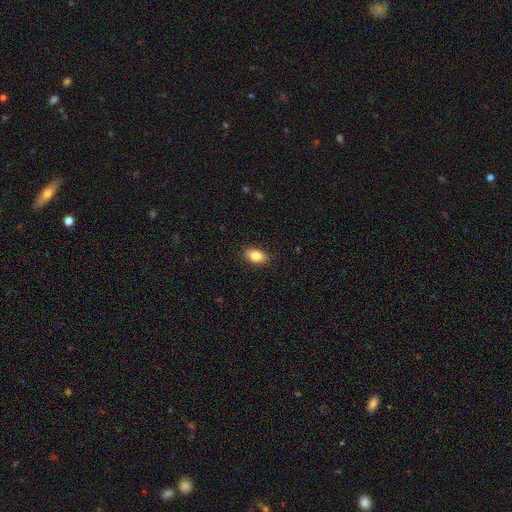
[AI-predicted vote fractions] A smooth galaxy with no disk features (85%) that is in between round and cigar-shaped (88%).

Vote fractions:
- Smooth or featured? smooth: 85% / star or artifact: 8% / featured or disk: 7%
- How rounded? in between: 88% / round: 10% / cigar-shaped: 2%
- Merging? none: 88% / minor disturbance: 9% / major disturbance: 2% / merger: 1%